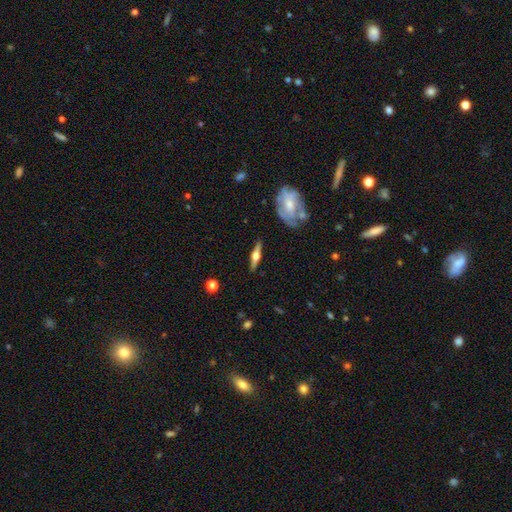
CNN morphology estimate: type=featured or disk (71%); edge-on=yes (95%); edge-on bulge=rounded (93%); merging=none (87%).